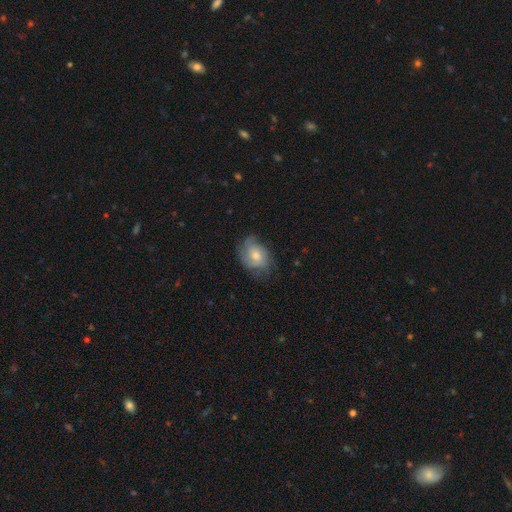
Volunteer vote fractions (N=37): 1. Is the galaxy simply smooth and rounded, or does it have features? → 62% featured or disk, 32% smooth, 5% star or artifact.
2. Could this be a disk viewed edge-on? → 100% no, 0% yes.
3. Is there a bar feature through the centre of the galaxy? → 70% no, 30% weak, 0% strong.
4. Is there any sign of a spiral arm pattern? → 91% yes, 9% no.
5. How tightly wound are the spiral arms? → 48% tight, 29% medium, 24% loose.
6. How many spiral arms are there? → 33% can't tell, 29% 4, 19% 2, 14% 3, 5% 1, 0% more than 4.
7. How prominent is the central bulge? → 70% moderate, 13% large, 13% small, 4% dominant, 0% none.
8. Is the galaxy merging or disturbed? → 60% none, 20% minor disturbance, 20% major disturbance, 0% merger.